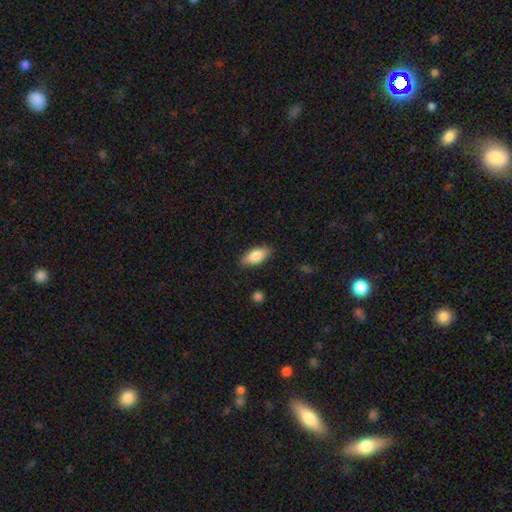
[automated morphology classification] Smooth or featured? Predicted: smooth (p=0.81). How rounded? Predicted: in between (p=0.88). Merging? Predicted: none (p=0.85).